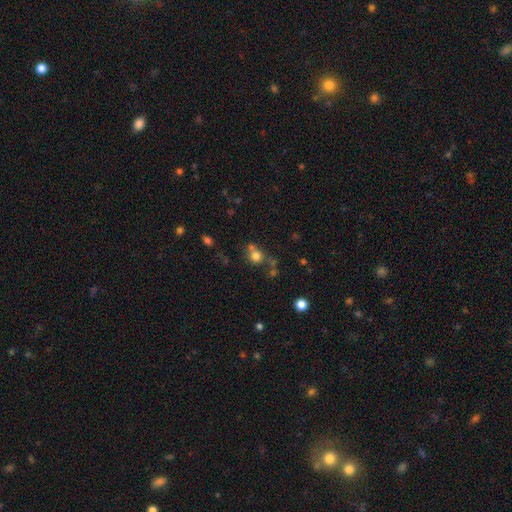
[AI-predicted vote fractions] This appears to be a smooth galaxy with no disk features (75%) that is round (86%). Merging: none (55%).